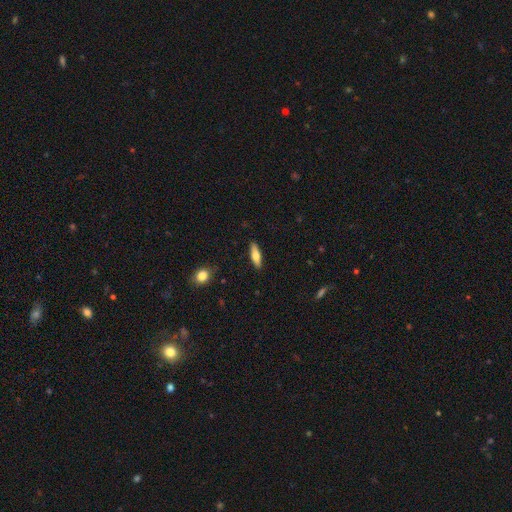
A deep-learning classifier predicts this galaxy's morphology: A smooth galaxy with no disk features (64%) that is cigar-shaped (54%). Merging: none (88%).